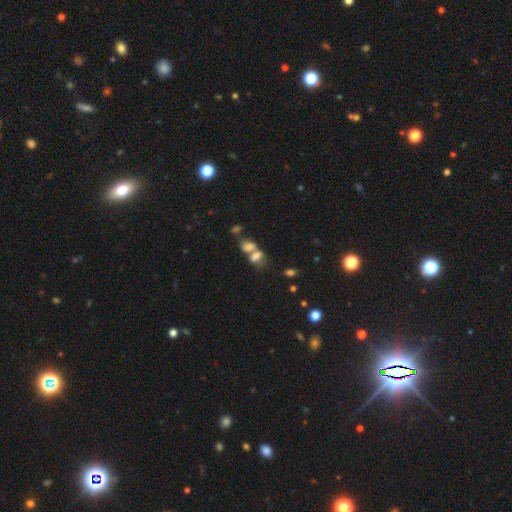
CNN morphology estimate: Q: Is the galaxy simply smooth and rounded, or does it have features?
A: smooth — 68%.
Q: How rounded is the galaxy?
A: in between — 81%.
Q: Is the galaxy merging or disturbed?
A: merger — 66%.